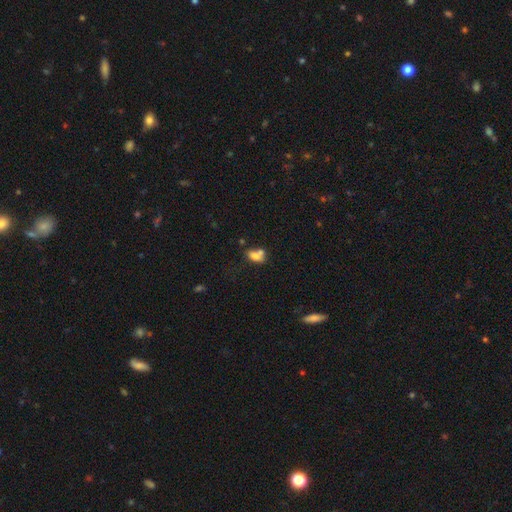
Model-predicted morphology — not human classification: Smooth or featured? smooth (71%)
How rounded? in between (77%)
Merging? merger (51%)